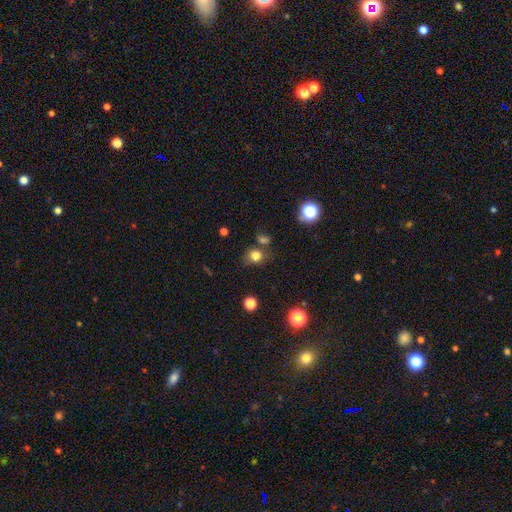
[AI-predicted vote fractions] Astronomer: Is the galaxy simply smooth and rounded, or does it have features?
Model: smooth — 78%.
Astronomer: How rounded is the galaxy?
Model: round — 69%.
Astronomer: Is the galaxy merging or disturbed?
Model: none — 60%.